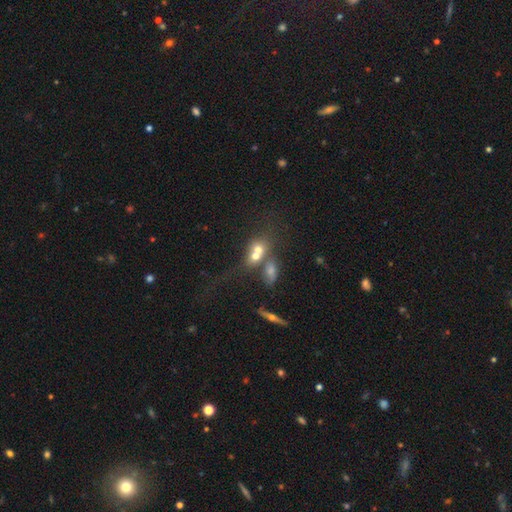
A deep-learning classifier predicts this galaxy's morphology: Smooth or featured? smooth (58%)
How rounded? round (52%)
Merging? merger (65%)